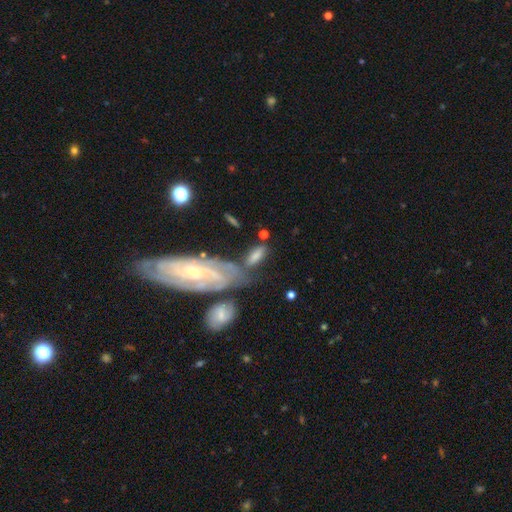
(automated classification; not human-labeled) smooth_or_featured: smooth (p=0.61) [alt: featured or disk p=0.32]
how_rounded: in between (p=0.79) [alt: cigar-shaped p=0.17]
merging: none (p=0.43) [alt: merger p=0.25]